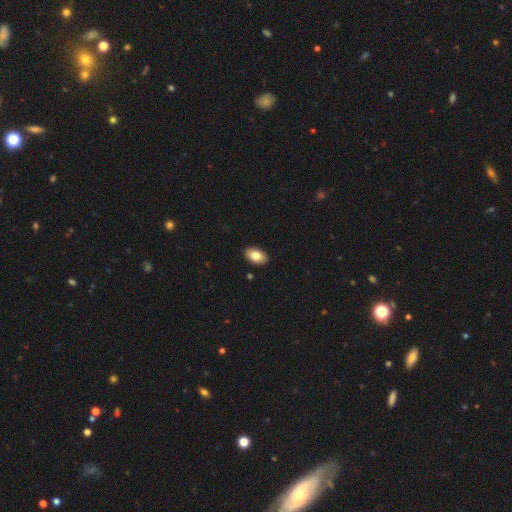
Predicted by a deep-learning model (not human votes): smooth_or_featured: smooth (p=0.80) [alt: featured or disk p=0.12]
how_rounded: in between (p=0.91) [alt: round p=0.07]
merging: none (p=0.90) [alt: minor disturbance p=0.07]